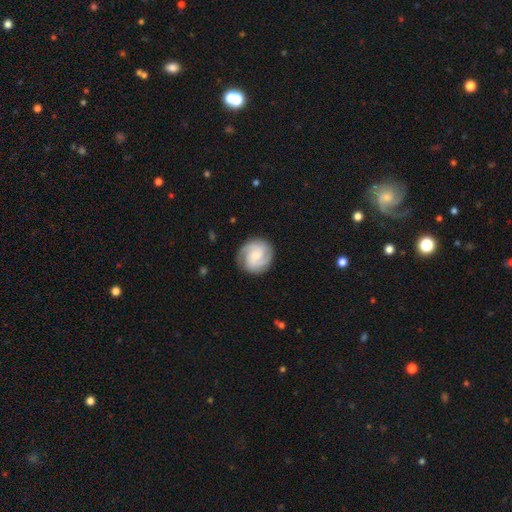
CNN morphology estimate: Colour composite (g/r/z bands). It shows a featured or disk galaxy (81%) with no bar (54%), 2 (47%) tight (50%) spiral arms (97%) and a small central bulge (54%). Merging: none (85%).